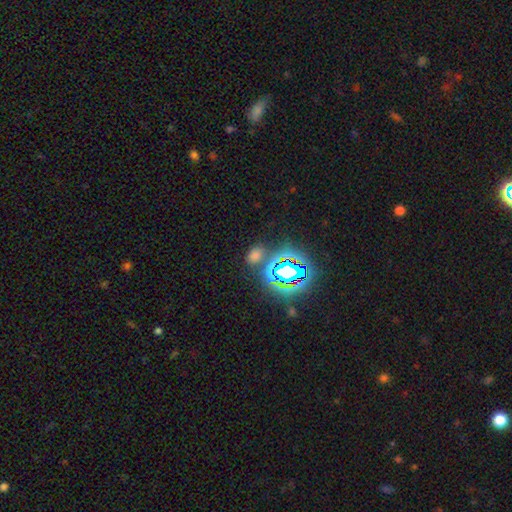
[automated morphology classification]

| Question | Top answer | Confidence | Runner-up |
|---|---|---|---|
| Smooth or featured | smooth | 50% | star or artifact (42%) |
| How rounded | in between | 71% | round (27%) |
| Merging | none | 75% | minor disturbance (11%) |